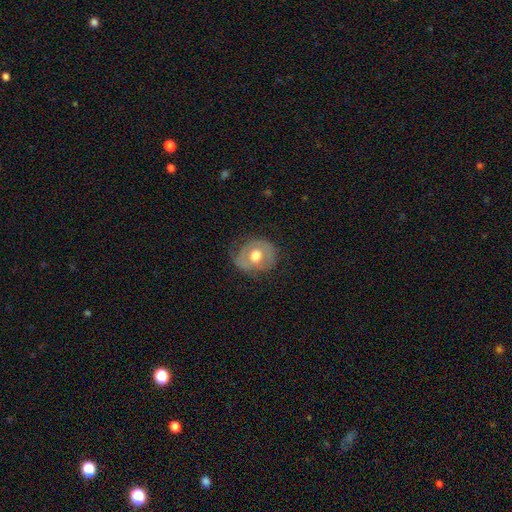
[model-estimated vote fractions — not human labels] A featured or disk galaxy (49%). Merging: none (63%).